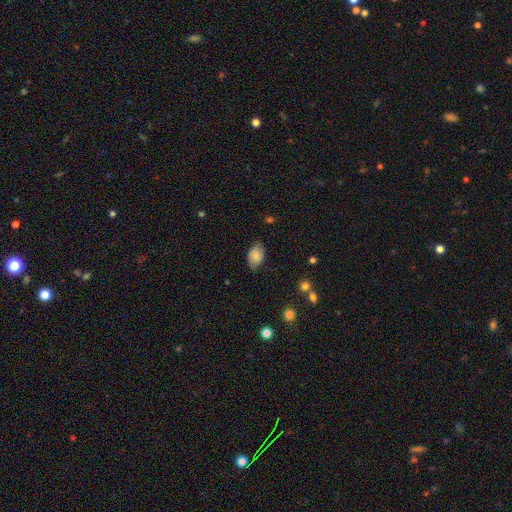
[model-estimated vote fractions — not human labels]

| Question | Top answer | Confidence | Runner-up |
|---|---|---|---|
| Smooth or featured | smooth | 67% | featured or disk (24%) |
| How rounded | in between | 88% | round (11%) |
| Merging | none | 74% | minor disturbance (20%) |